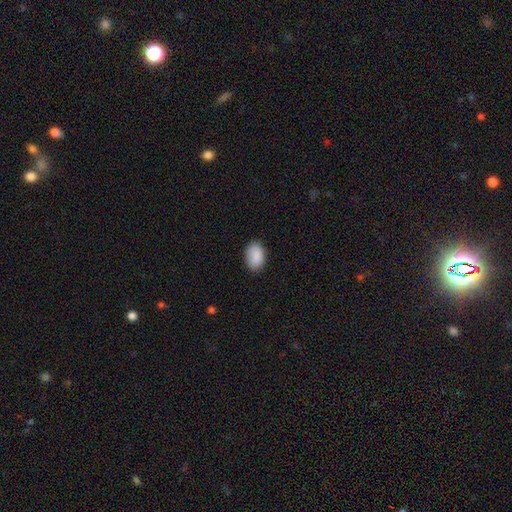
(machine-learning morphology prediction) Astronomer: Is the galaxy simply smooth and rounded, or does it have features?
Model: smooth — 90%.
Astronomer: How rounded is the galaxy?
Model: in between — 90%.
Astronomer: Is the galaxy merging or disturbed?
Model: none — 85%.